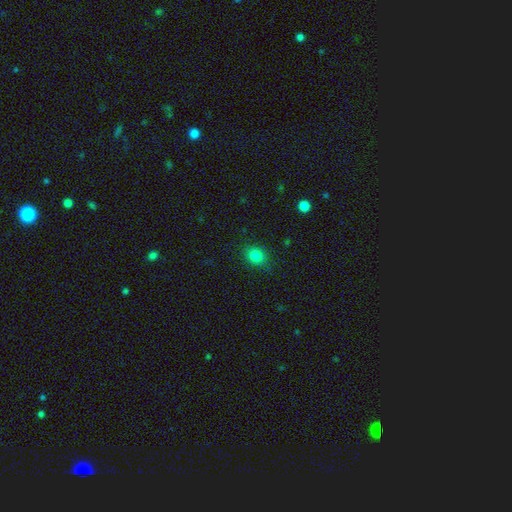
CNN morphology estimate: type=smooth (84%); roundness=round (67%); merging=none (85%).